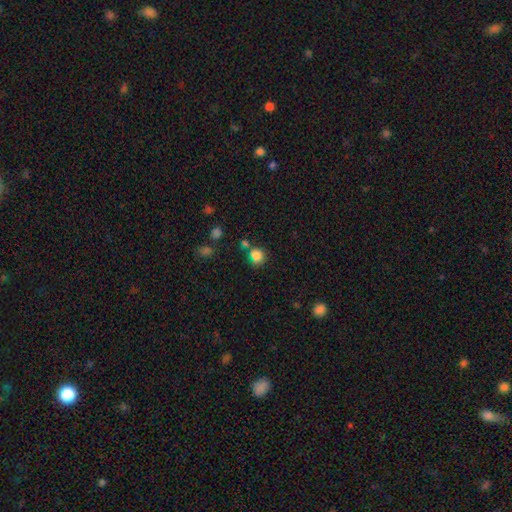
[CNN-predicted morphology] Smooth or featured: smooth — 83% (star or artifact — 12%)
How rounded: round — 85% (in between — 14%)
Merging: none — 67% (merger — 15%)